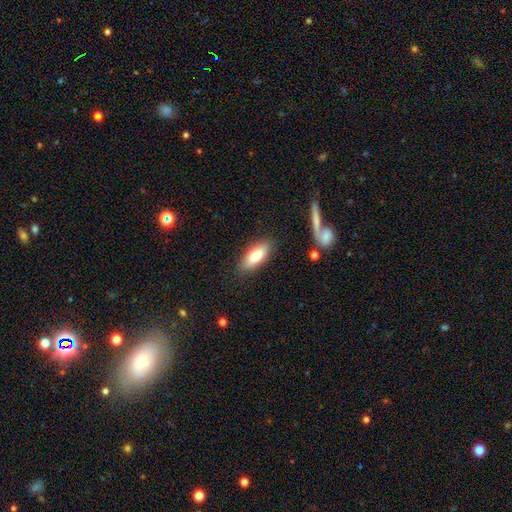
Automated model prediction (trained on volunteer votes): The model was most divided on "how rounded": in between: 75%, cigar-shaped: 22%, round: 2%. More confident: merging — none (83%); smooth or featured — smooth (77%).